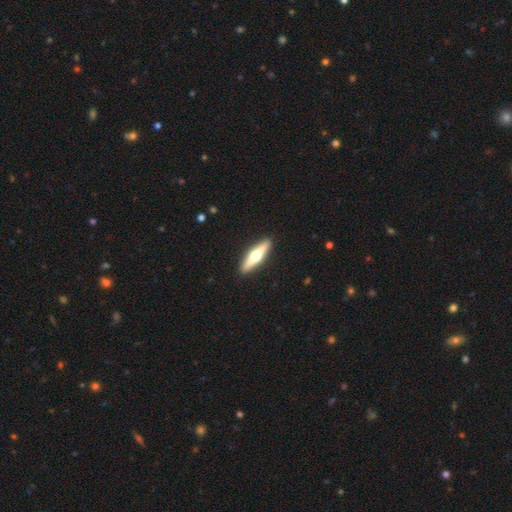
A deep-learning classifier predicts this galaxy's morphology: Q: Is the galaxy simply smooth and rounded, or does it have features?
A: featured or disk — 57%.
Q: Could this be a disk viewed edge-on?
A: yes — 94%.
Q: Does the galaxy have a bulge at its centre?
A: rounded — 95%.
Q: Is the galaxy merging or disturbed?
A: none — 92%.